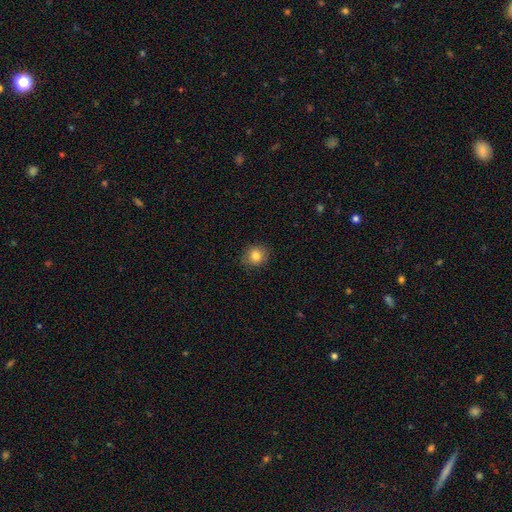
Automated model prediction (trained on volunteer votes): This appears to be a smooth galaxy with no disk features (83%) that is round (82%). Merging: none (86%).